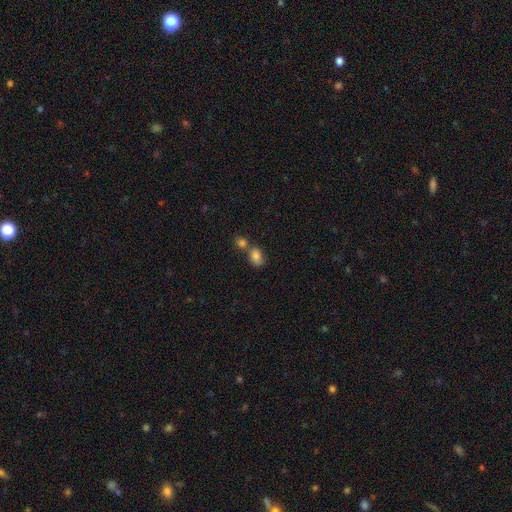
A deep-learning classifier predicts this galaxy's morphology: Q: Smooth or featured?
A: smooth (82%); runner-up: star or artifact (10%)
Q: How rounded?
A: in between (72%); runner-up: round (26%)
Q: Merging?
A: merger (47%); runner-up: none (37%)